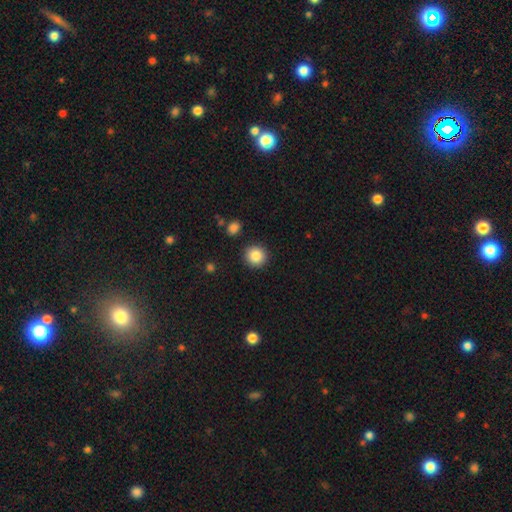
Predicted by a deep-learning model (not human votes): Overall: smooth (87%). How rounded: round (93%). Merging: none (91%).